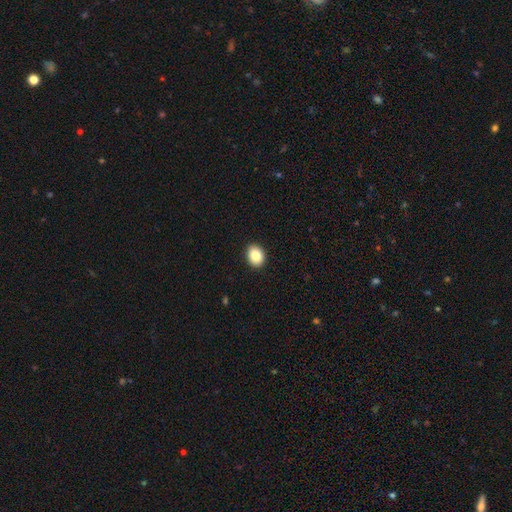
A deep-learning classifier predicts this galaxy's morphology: smooth 87%, star or artifact 8%, featured or disk 5%. Down the decision tree: how rounded — in between (57%); merging — none (91%).